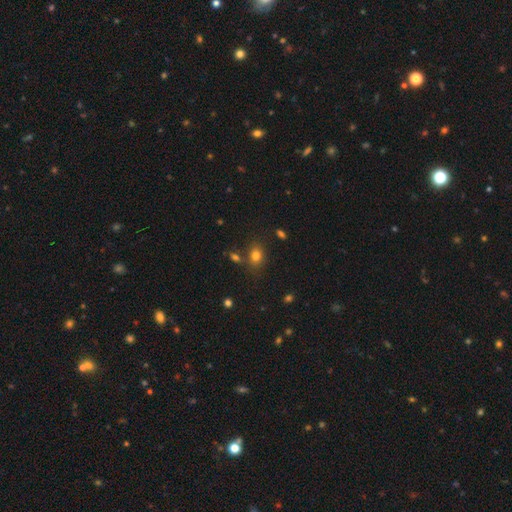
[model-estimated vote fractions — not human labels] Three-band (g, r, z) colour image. It shows a smooth galaxy with no disk features (78%) that is in between round and cigar-shaped (56%). Merging: none (72%).